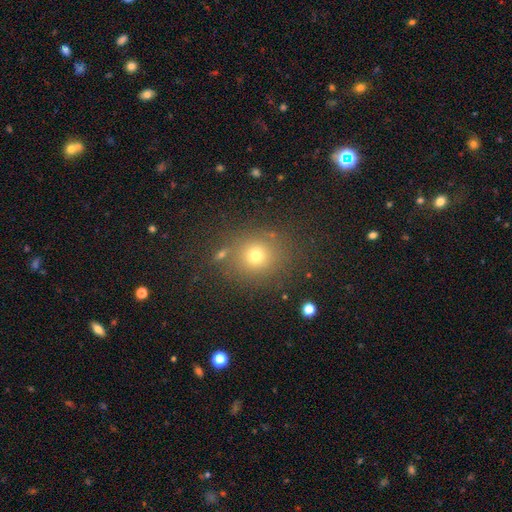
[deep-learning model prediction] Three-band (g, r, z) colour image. It shows a smooth galaxy with no disk features (70%) that is round (83%). Merging: none (81%).